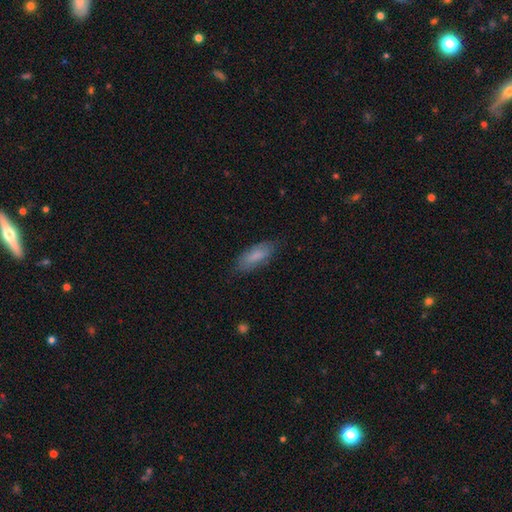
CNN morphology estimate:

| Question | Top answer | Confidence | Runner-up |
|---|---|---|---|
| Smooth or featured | smooth | 80% | featured or disk (14%) |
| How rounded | in between | 71% | cigar-shaped (27%) |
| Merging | none | 79% | minor disturbance (16%) |